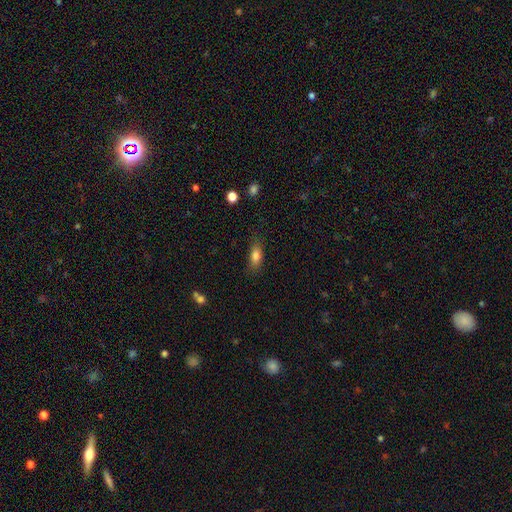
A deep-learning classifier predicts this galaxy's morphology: smooth 80%, featured or disk 10%, star or artifact 9%. Down the decision tree: how rounded — in between (77%); merging — none (77%).